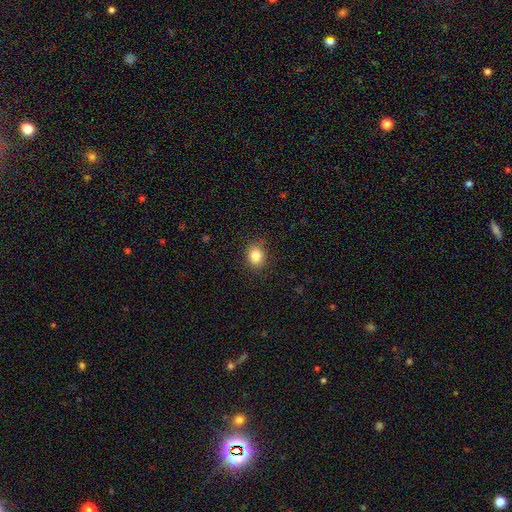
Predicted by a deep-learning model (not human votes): Smooth or featured? smooth (84%)
How rounded? round (61%)
Merging? none (86%)